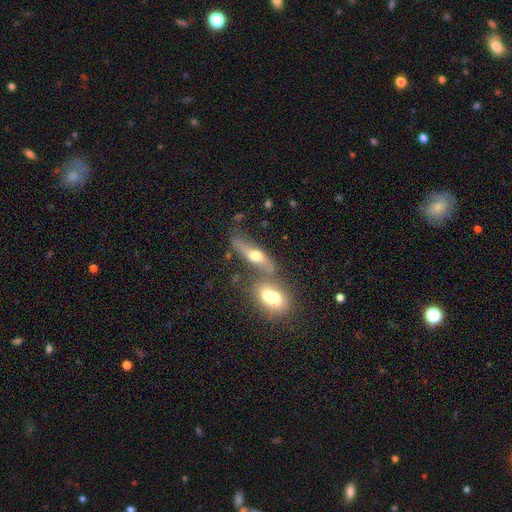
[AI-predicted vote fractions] smooth-or-featured: featured or disk: 56% | smooth: 36% | star or artifact: 9%
  disk-edge-on: yes: 59% | no: 41%
  merging: none: 48% | merger: 31% | minor disturbance: 14% | major disturbance: 7%